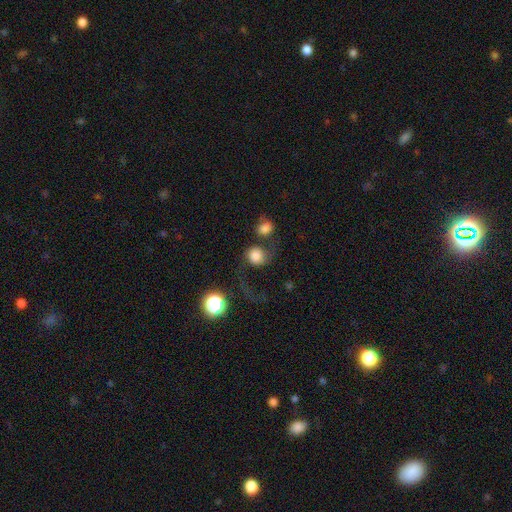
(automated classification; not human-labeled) This is likely a smooth galaxy (73%). How rounded: clearly round (83%). Merging: marginally none (36%).